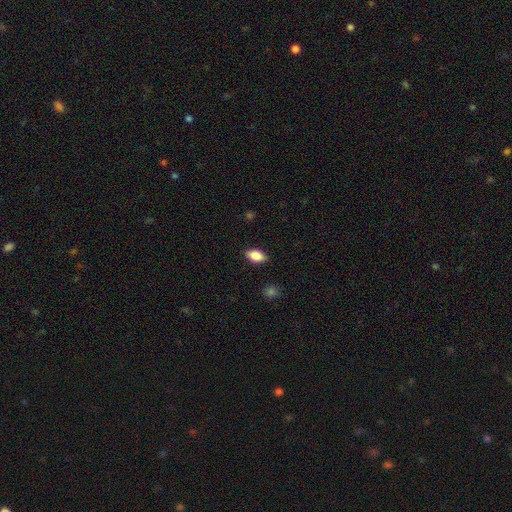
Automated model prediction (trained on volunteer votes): A smooth galaxy with no disk features (84%) that is in between round and cigar-shaped (90%). Merging: none (86%).